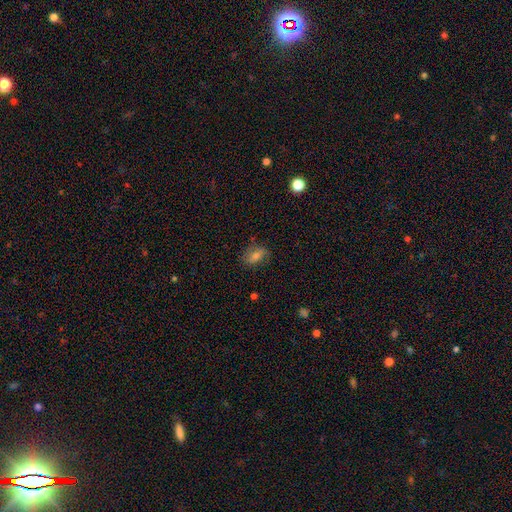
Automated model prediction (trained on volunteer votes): Smooth or featured? smooth (56%)
How rounded? in between (75%)
Merging? none (75%)